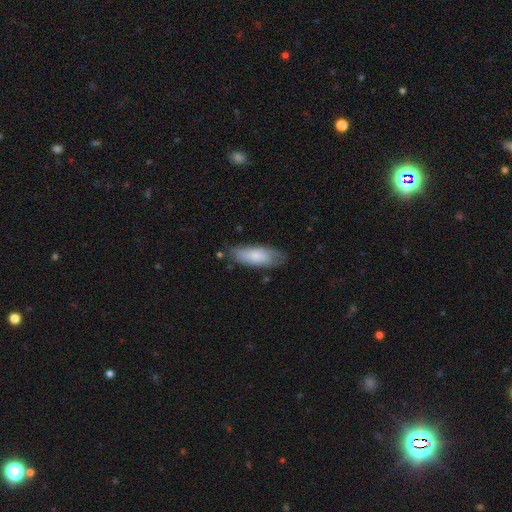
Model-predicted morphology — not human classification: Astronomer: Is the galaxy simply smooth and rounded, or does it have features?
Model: smooth — 73%.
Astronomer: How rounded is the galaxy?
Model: in between — 70%.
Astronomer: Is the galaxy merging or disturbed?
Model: none — 67%.